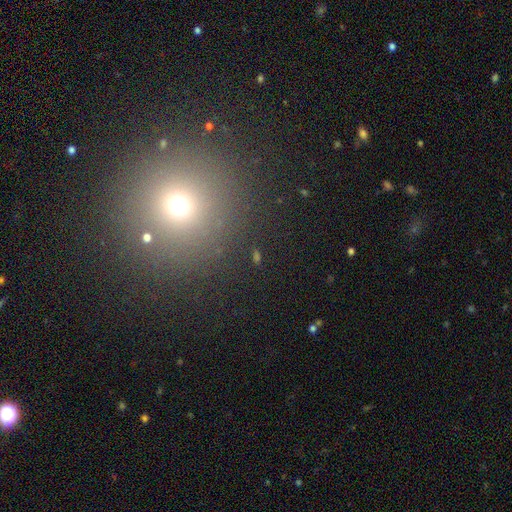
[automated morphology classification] type=smooth (49%); merging=none (85%).